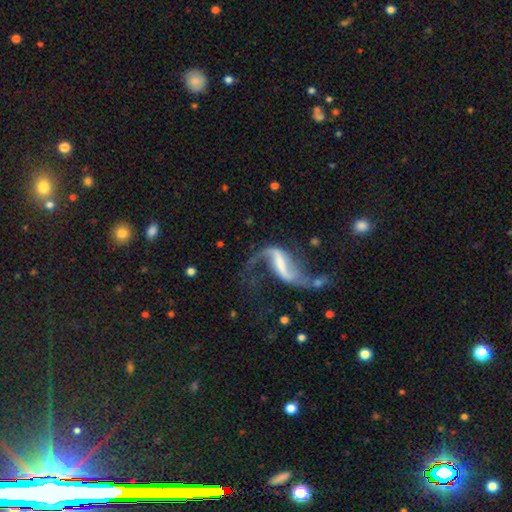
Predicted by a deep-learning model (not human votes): smooth-or-featured: featured or disk: 71% | star or artifact: 20% | smooth: 9%
  disk-edge-on: no: 90% | yes: 10%
    bar: weak: 39% | strong: 35% | no: 26%
    has-spiral-arms: yes: 90% | no: 10%
      spiral-winding: loose: 69% | medium: 23% | tight: 8%
      spiral-arm-count: 2: 82% | 1: 8% | can't tell: 6% | 3: 2% | 4: 2% | more than 4: 2%
    bulge-size: small: 35% | moderate: 33% | none: 20% | large: 9% | dominant: 3%
  merging: none: 50% | major disturbance: 27% | minor disturbance: 15% | merger: 7%